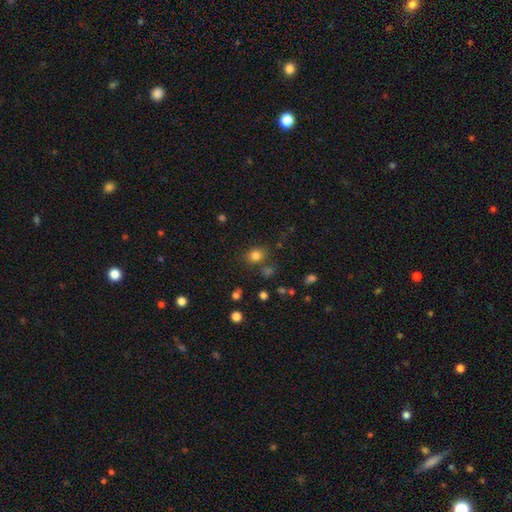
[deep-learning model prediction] Smooth or featured?
  - smooth: 79% *
  - star or artifact: 15%
  - featured or disk: 7%
How rounded?
  - round: 65% *
  - in between: 34%
  - cigar-shaped: 1%
Merging?
  - none: 75% *
  - minor disturbance: 13%
  - merger: 8%
  - major disturbance: 5%